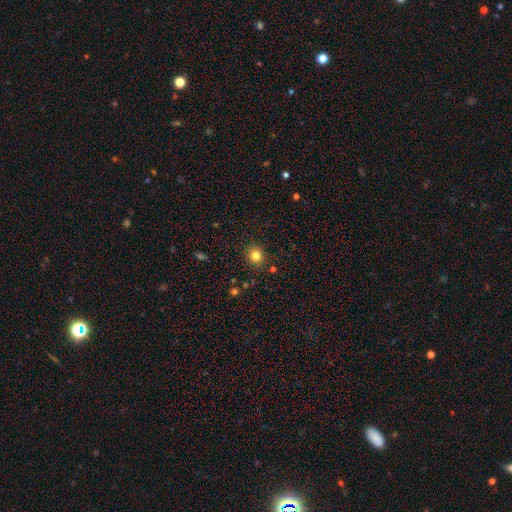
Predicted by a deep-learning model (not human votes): smooth 81%, star or artifact 13%, featured or disk 5%. Down the decision tree: how rounded — round (88%); merging — none (90%).